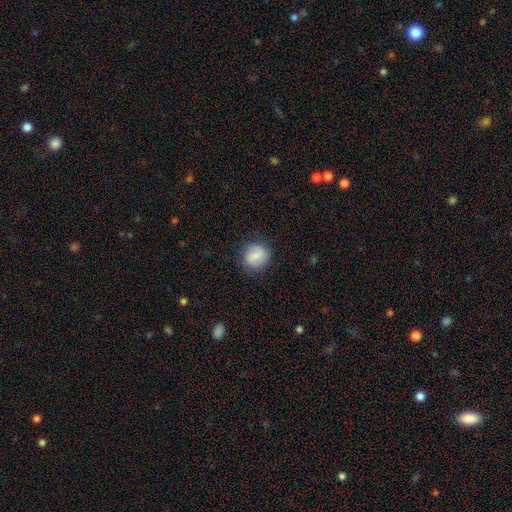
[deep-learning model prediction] smooth 79%, featured or disk 14%, star or artifact 7%. Down the decision tree: how rounded — round (87%); merging — none (83%).